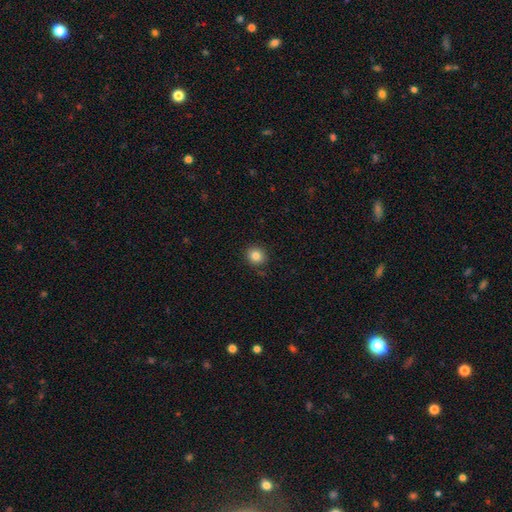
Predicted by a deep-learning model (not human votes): The model was most divided on "how rounded": round: 83%, in between: 16%, cigar-shaped: 1%. More confident: merging — none (87%); smooth or featured — smooth (84%).